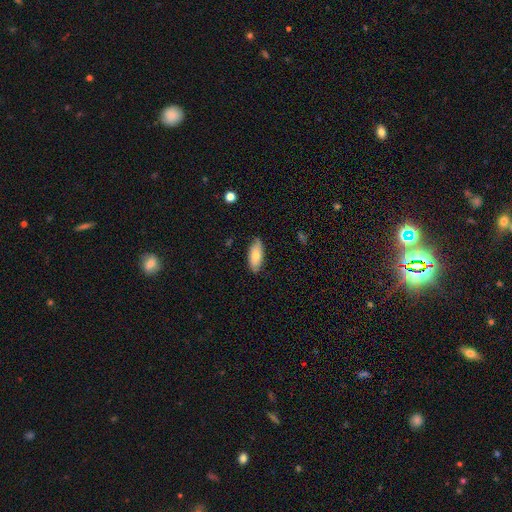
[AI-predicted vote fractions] A smooth galaxy with no disk features (80%) that is in between round and cigar-shaped (81%). Merging: none (83%).